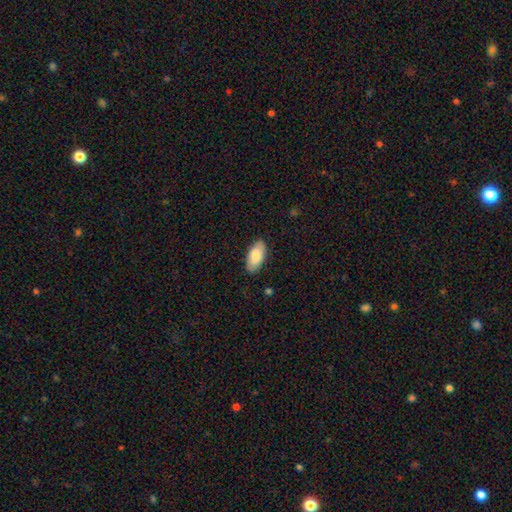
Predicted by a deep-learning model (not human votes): Morphology: type=smooth (82%); roundness=in between (93%); merging=none (87%).